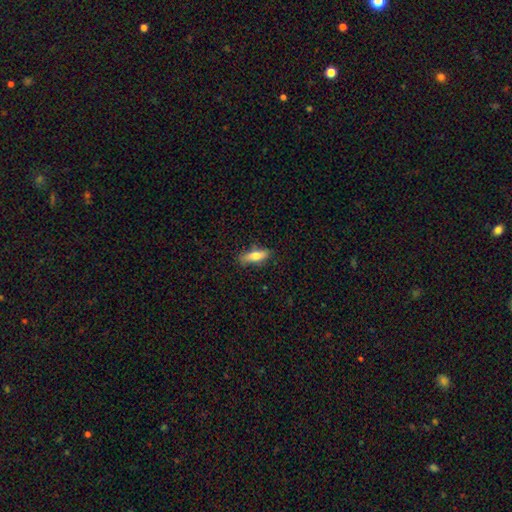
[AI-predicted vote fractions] Smooth or featured? smooth (72%)
How rounded? in between (53%)
Merging? none (80%)